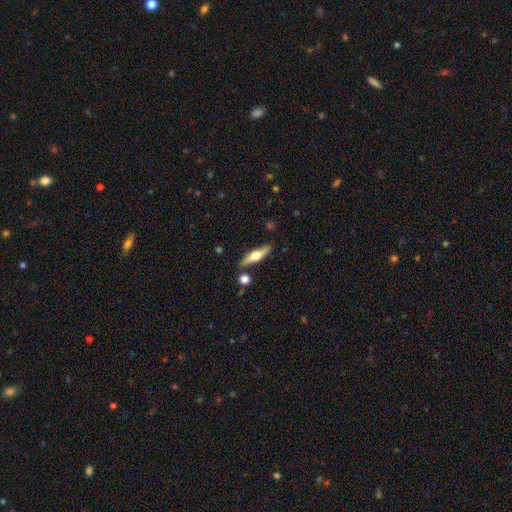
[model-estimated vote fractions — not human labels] This appears to be a featured or disk galaxy (49%). Merging: none (82%).